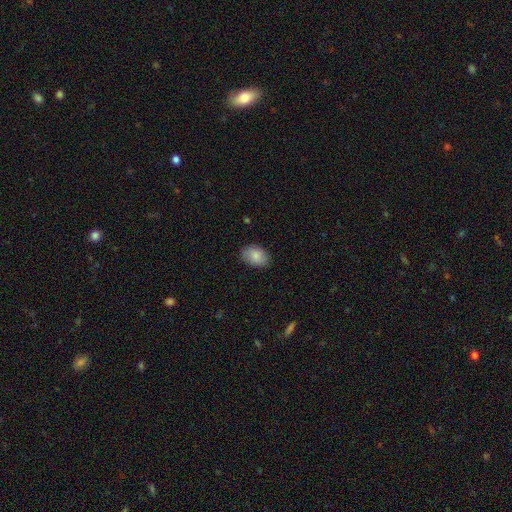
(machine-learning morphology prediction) This appears to be a smooth galaxy with no disk features (86%) that is in between round and cigar-shaped (85%). Merging: none (85%).